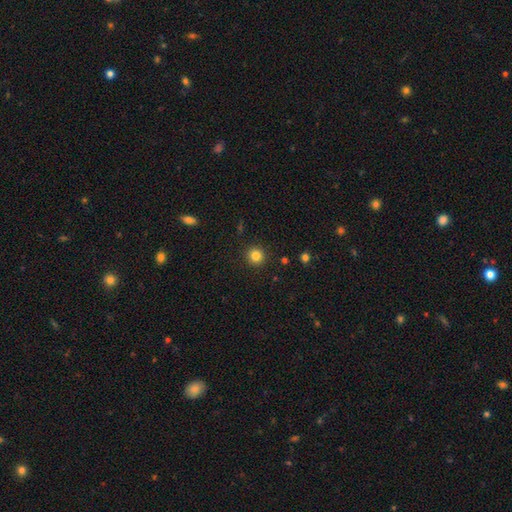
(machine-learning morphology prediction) type=smooth (83%); roundness=round (94%); merging=none (92%).